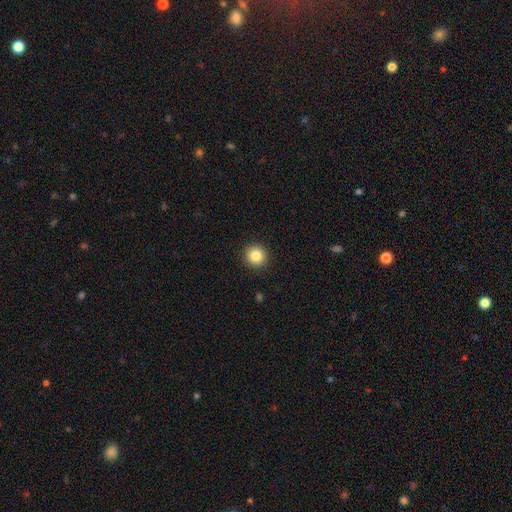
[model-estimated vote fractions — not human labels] Smooth or featured: smooth — 85% (star or artifact — 10%)
How rounded: round — 94% (in between — 5%)
Merging: none — 92% (minor disturbance — 5%)